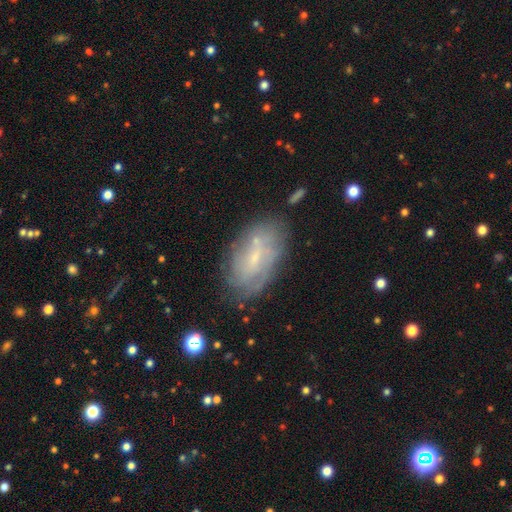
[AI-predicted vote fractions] Smooth or featured? featured or disk (57%)
Edge-on disk? no (92%)
Bar? no (48%)
Spiral arms? yes (62%)
Bulge size? small (68%)
Merging? none (66%)